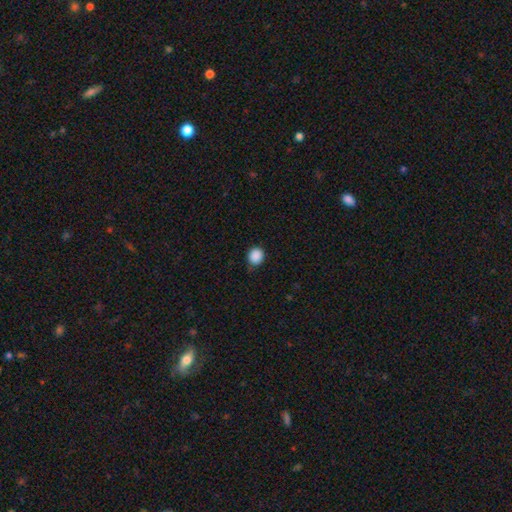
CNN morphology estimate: smooth 89%, star or artifact 9%, featured or disk 2%. Down the decision tree: how rounded — round (80%); merging — none (85%).